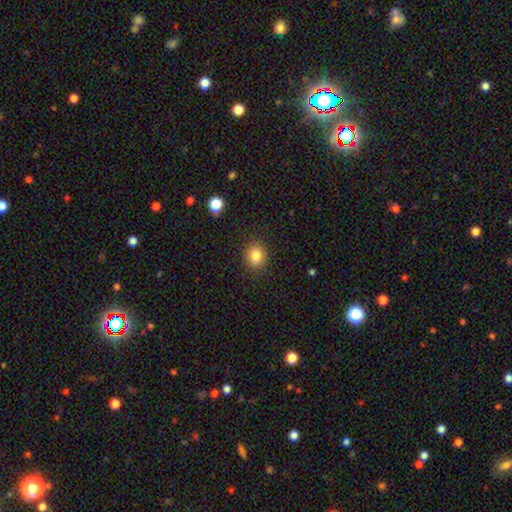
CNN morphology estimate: smooth_or_featured: smooth (p=0.83) [alt: star or artifact p=0.11]
how_rounded: round (p=0.68) [alt: in between p=0.31]
merging: none (p=0.89) [alt: minor disturbance p=0.08]